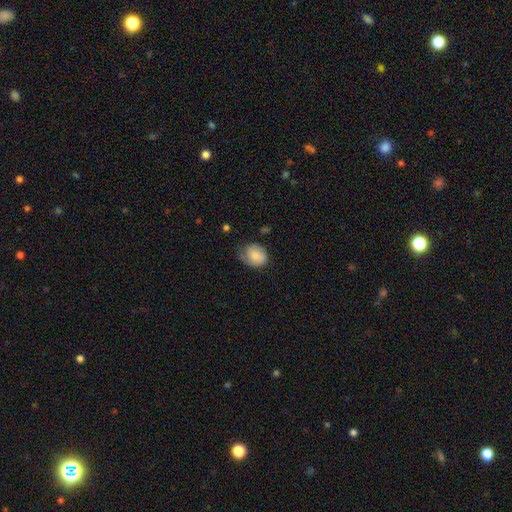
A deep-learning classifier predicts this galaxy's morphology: Q: Smooth or featured?
A: smooth (78%); runner-up: featured or disk (15%)
Q: How rounded?
A: round (57%); runner-up: in between (43%)
Q: Merging?
A: none (51%); runner-up: minor disturbance (35%)